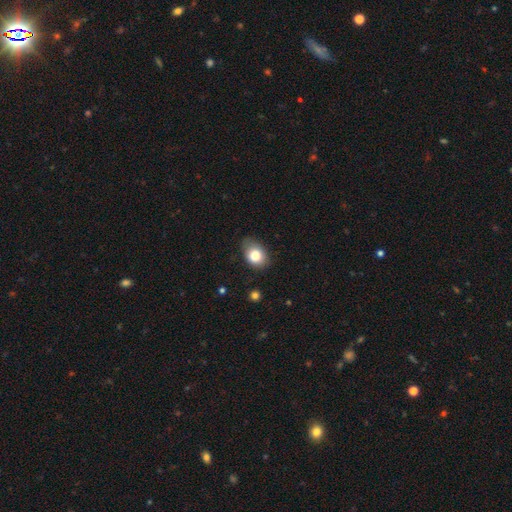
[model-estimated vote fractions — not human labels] This appears to be a smooth galaxy with no disk features (81%) that is in between round and cigar-shaped (68%). Merging: none (66%).